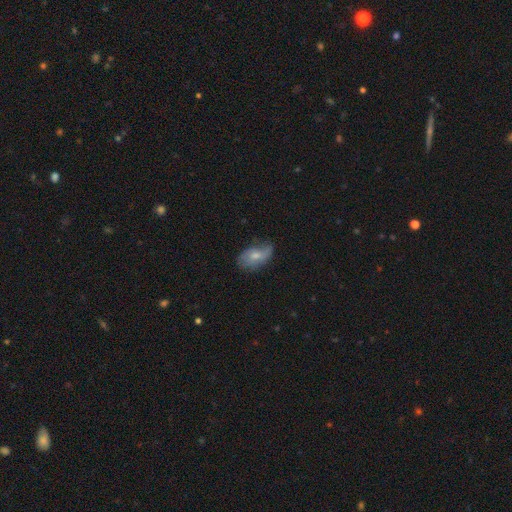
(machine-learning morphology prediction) A smooth galaxy with no disk features (56%) that is in between round and cigar-shaped (90%).

Vote fractions:
- Smooth or featured? smooth: 56% / featured or disk: 36% / star or artifact: 8%
- How rounded? in between: 90% / round: 8% / cigar-shaped: 2%
- Merging? none: 48% / minor disturbance: 35% / major disturbance: 14% / merger: 2%